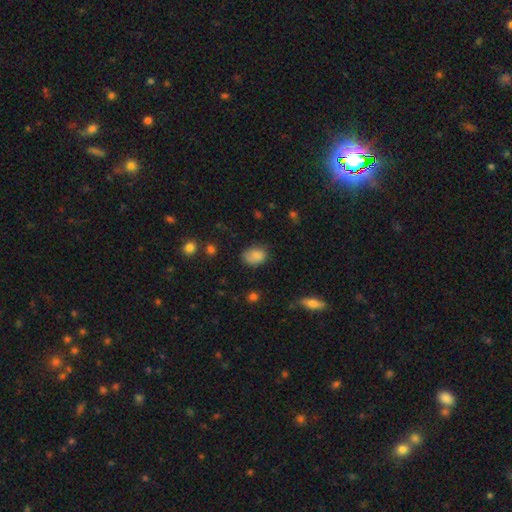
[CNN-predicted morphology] This is clearly a smooth galaxy (83%). How rounded: likely in between (73%). Merging: likely none (66%).